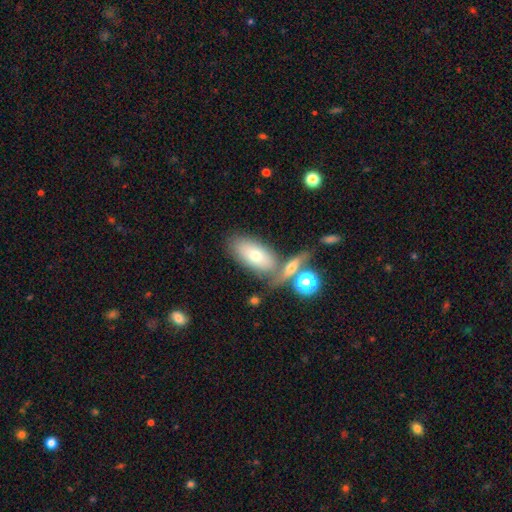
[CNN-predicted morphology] Smooth or featured?
  - smooth: 67% *
  - featured or disk: 24%
  - star or artifact: 9%
How rounded?
  - in between: 88% *
  - cigar-shaped: 8%
  - round: 4%
Merging?
  - none: 60% *
  - merger: 20%
  - minor disturbance: 14%
  - major disturbance: 6%